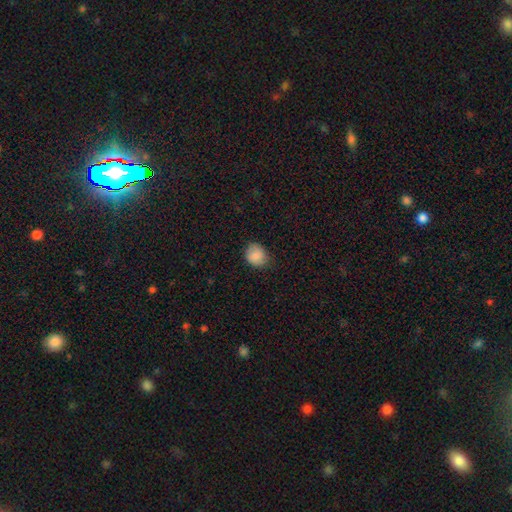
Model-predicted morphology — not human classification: type=smooth (86%); roundness=round (66%); merging=none (75%).